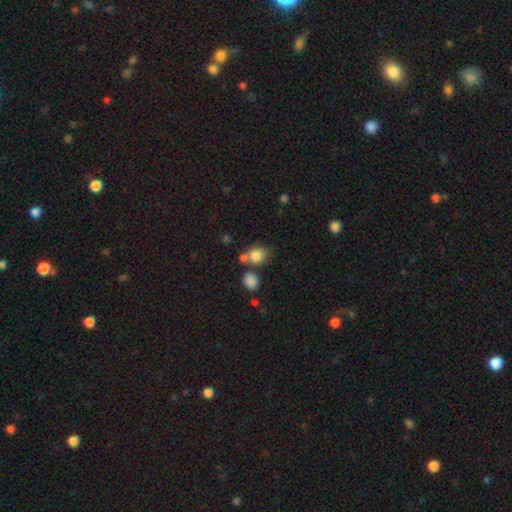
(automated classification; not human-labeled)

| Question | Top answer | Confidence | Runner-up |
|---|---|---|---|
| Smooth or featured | smooth | 83% | star or artifact (10%) |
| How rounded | round | 65% | in between (34%) |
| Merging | none | 50% | merger (32%) |